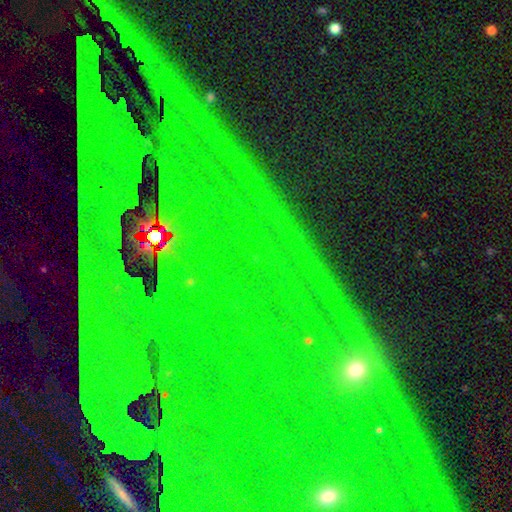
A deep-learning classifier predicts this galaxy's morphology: Smooth or featured?
  - star or artifact: 80% *
  - featured or disk: 11%
  - smooth: 9%